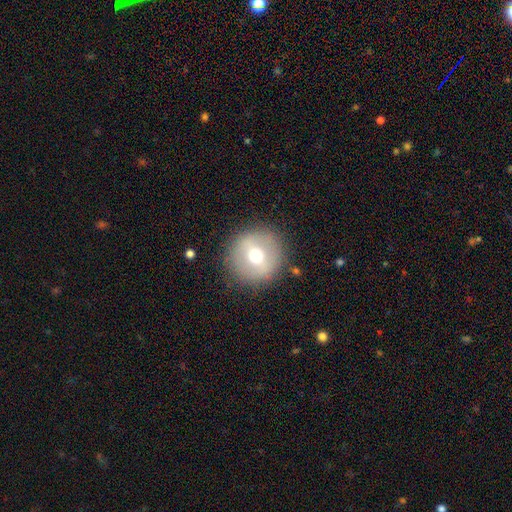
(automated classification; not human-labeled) Smooth or featured?
  - smooth: 56% *
  - featured or disk: 34%
  - star or artifact: 10%
How rounded?
  - round: 96% *
  - in between: 3%
  - cigar-shaped: 1%
Merging?
  - none: 87% *
  - minor disturbance: 8%
  - major disturbance: 3%
  - merger: 1%